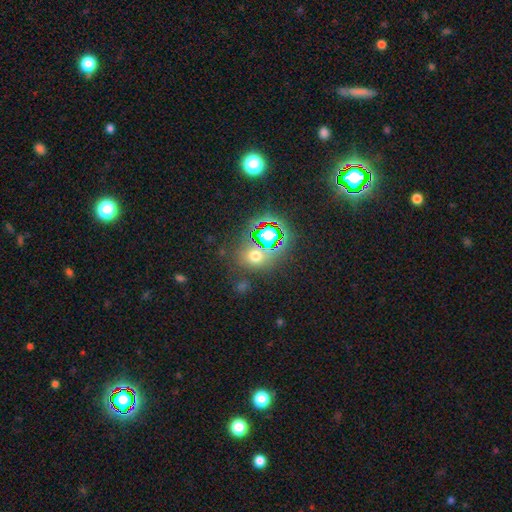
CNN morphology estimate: A smooth galaxy with no disk features (51%) that is round (71%). Merging: none (72%).